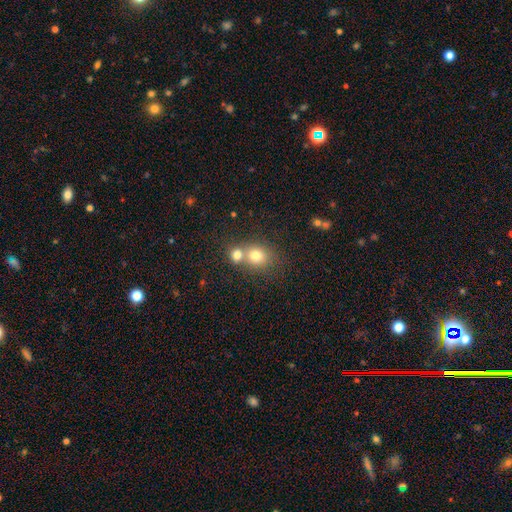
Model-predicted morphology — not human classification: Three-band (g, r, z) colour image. It shows a smooth galaxy with no disk features (75%) that is round (75%). Merging: merger (51%).